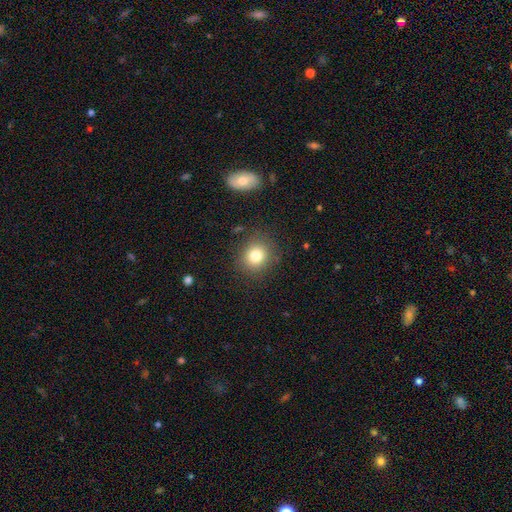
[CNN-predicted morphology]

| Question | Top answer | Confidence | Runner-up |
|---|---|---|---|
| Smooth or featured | smooth | 80% | star or artifact (12%) |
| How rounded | round | 79% | in between (20%) |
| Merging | none | 85% | minor disturbance (10%) |